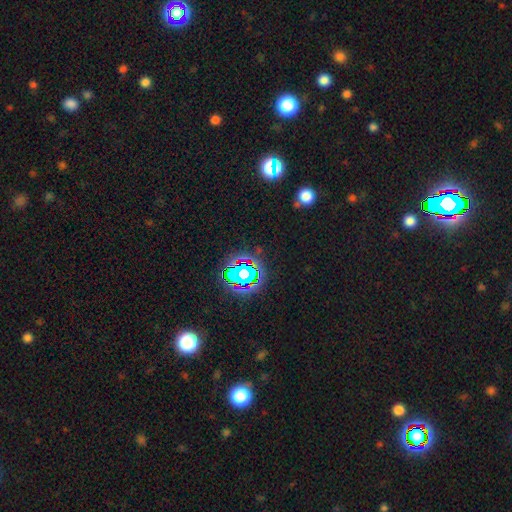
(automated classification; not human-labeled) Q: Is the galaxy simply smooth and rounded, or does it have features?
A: star or artifact — 78%.